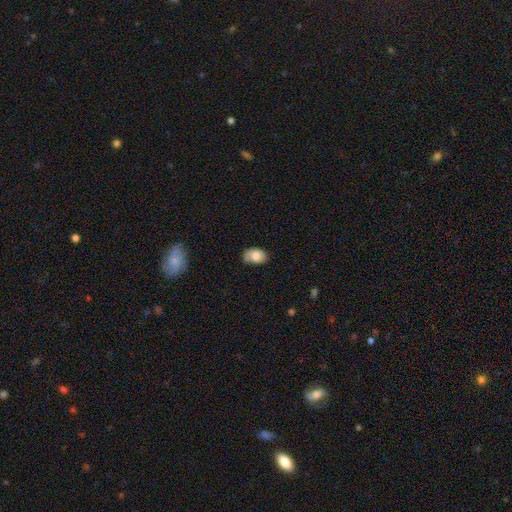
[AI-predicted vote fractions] smooth 76%, featured or disk 16%, star or artifact 8%. Down the decision tree: how rounded — in between (85%); merging — none (55%).